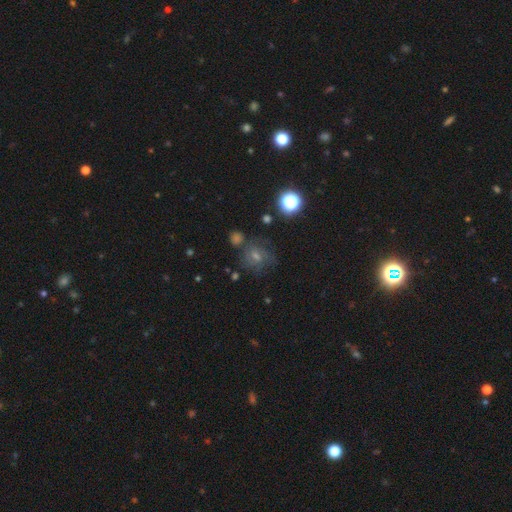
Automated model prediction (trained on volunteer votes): Smooth or featured? star or artifact (38%)